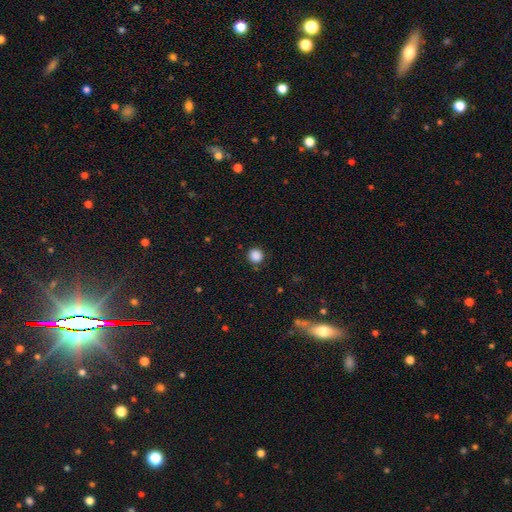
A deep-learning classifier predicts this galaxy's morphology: smooth 87%, star or artifact 11%, featured or disk 3%. Down the decision tree: how rounded — round (92%); merging — none (87%).